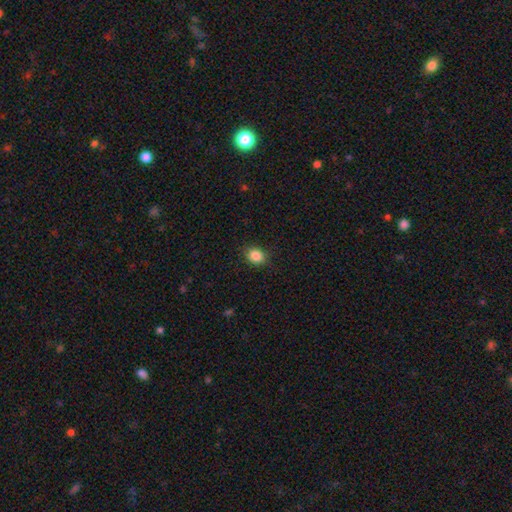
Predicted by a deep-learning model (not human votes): A smooth galaxy with no disk features (86%) that is round (53%). Merging: none (86%).